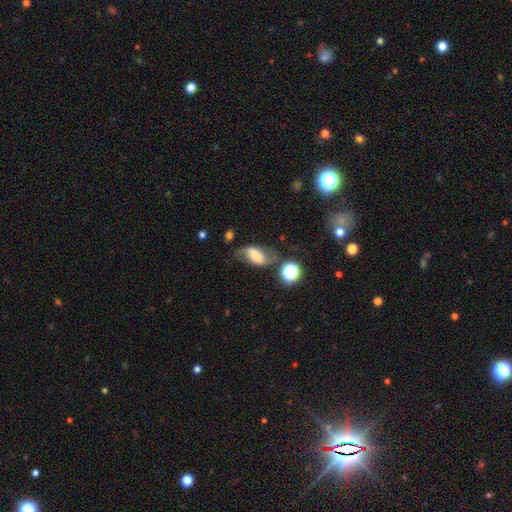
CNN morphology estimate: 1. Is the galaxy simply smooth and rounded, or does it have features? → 50% featured or disk, 37% smooth, 13% star or artifact.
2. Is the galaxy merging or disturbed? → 54% none, 24% minor disturbance, 14% major disturbance, 8% merger.